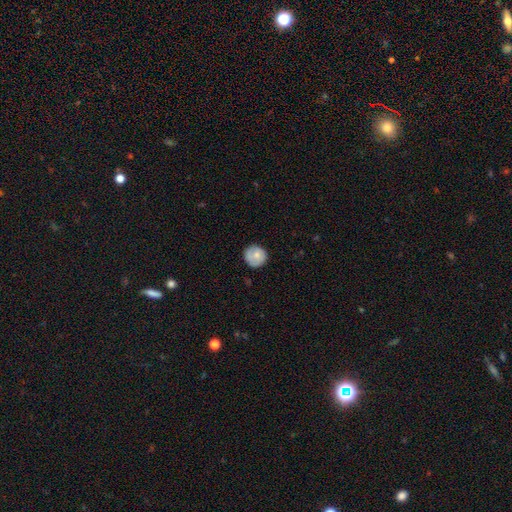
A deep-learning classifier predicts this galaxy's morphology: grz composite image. It shows a smooth galaxy with no disk features (69%) that is round (91%). Merging: none (78%).